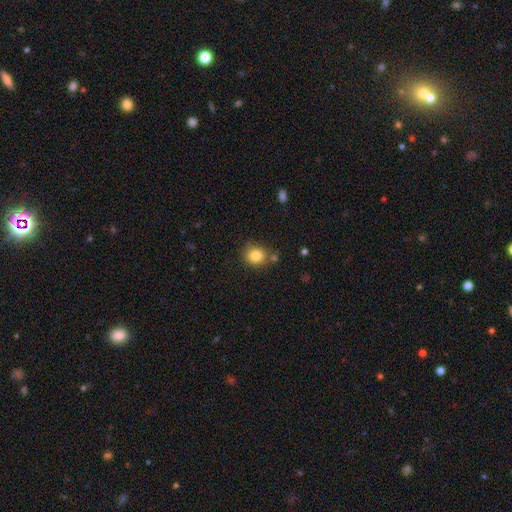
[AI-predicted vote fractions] smooth_or_featured: smooth (p=0.83) [alt: star or artifact p=0.11]
how_rounded: round (p=0.78) [alt: in between p=0.21]
merging: none (p=0.76) [alt: minor disturbance p=0.14]